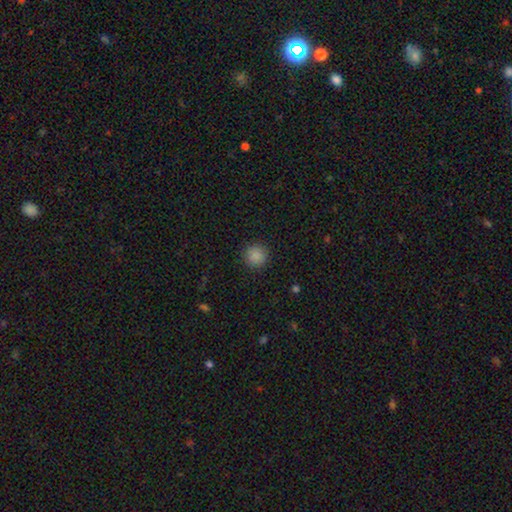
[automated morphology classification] A smooth galaxy with no disk features (87%) that is round (94%). Merging: none (92%).